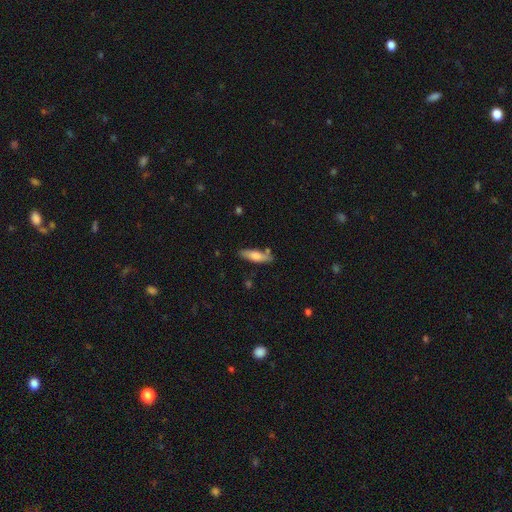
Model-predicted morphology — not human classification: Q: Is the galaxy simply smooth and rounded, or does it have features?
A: smooth — 69%.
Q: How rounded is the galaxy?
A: cigar-shaped — 60%.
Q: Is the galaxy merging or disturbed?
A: none — 76%.